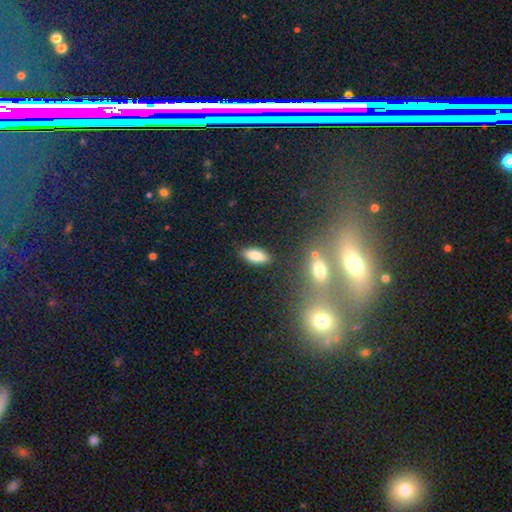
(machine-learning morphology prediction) smooth-or-featured: smooth: 84% | featured or disk: 9% | star or artifact: 8%
  how-rounded: in between: 80% | cigar-shaped: 17% | round: 3%
  merging: none: 86% | minor disturbance: 10% | major disturbance: 3% | merger: 2%